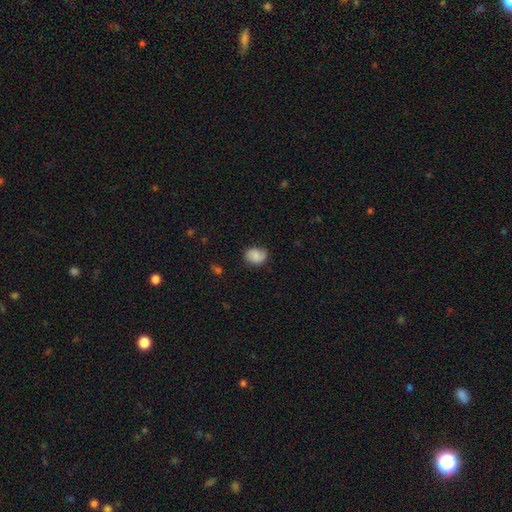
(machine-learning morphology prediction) Smooth or featured? smooth (72%)
How rounded? round (54%)
Merging? none (71%)